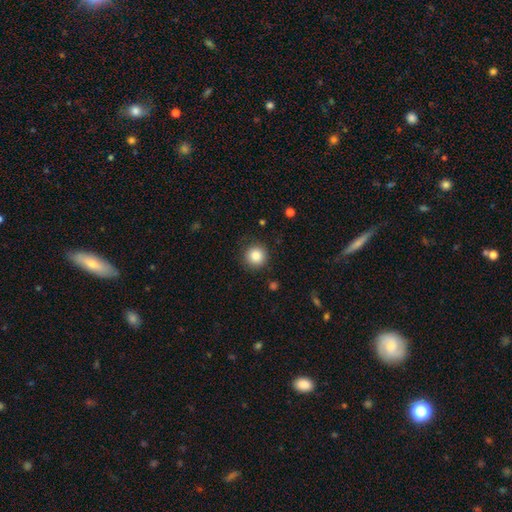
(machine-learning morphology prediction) smooth-or-featured: smooth: 85% | star or artifact: 10% | featured or disk: 5%
  how-rounded: round: 95% | in between: 4% | cigar-shaped: 1%
  merging: none: 87% | minor disturbance: 9% | major disturbance: 3% | merger: 1%